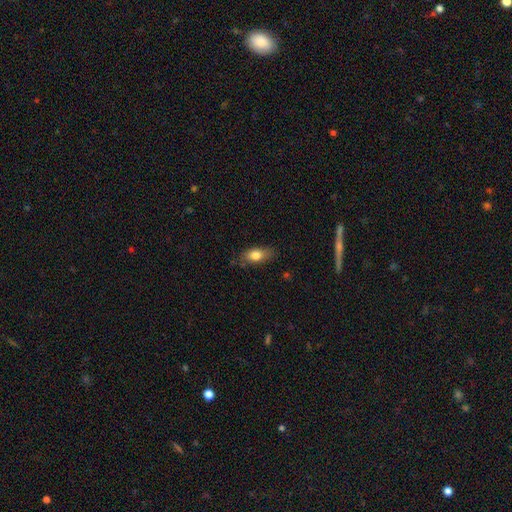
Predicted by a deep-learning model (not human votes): smooth-or-featured: smooth: 78% | featured or disk: 14% | star or artifact: 8%
  how-rounded: in between: 81% | cigar-shaped: 12% | round: 7%
  merging: none: 75% | minor disturbance: 19% | major disturbance: 4% | merger: 2%